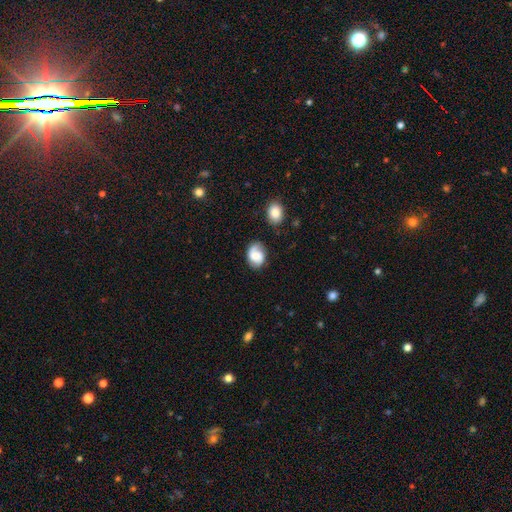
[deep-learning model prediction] The model was most divided on "smooth or featured": featured or disk: 46%, smooth: 45%, star or artifact: 9%. More confident: merging — none (67%).